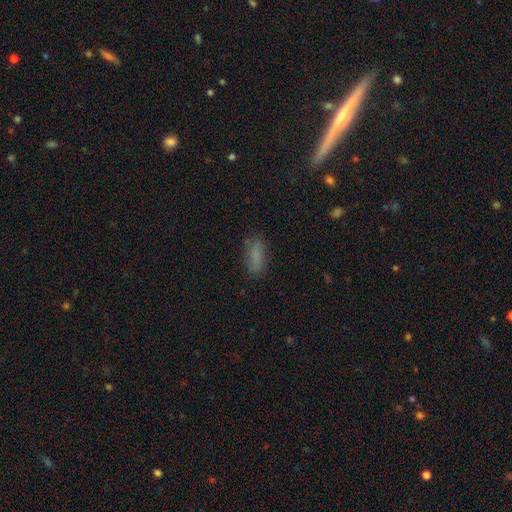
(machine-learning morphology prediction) Smooth or featured? Predicted: smooth (p=0.81). How rounded? Predicted: in between (p=0.60). Merging? Predicted: none (p=0.79).